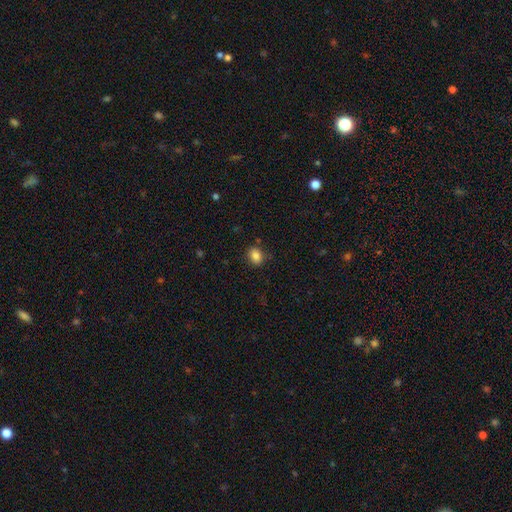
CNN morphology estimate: Q: Smooth or featured?
A: smooth (85%); runner-up: star or artifact (10%)
Q: How rounded?
A: in between (55%); runner-up: round (44%)
Q: Merging?
A: none (84%); runner-up: minor disturbance (11%)